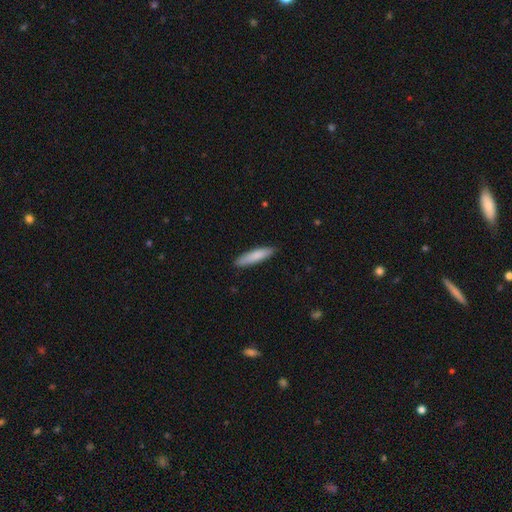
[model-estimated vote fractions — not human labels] Morphology: type=smooth (81%); roundness=cigar-shaped (81%); merging=none (88%).